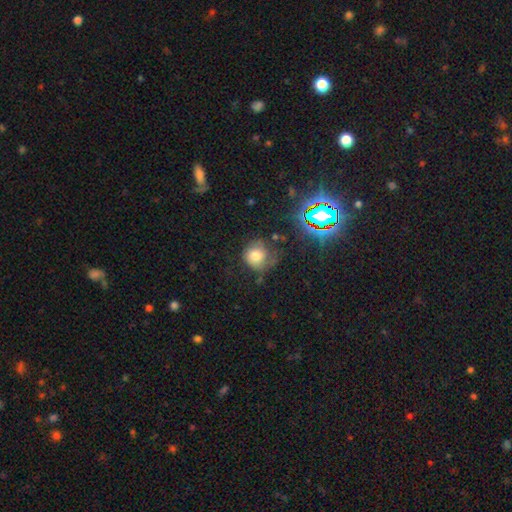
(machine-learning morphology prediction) Smooth or featured?
  - smooth: 67% *
  - featured or disk: 18%
  - star or artifact: 14%
How rounded?
  - round: 83% *
  - in between: 16%
  - cigar-shaped: 1%
Merging?
  - none: 49% *
  - minor disturbance: 30%
  - major disturbance: 17%
  - merger: 4%